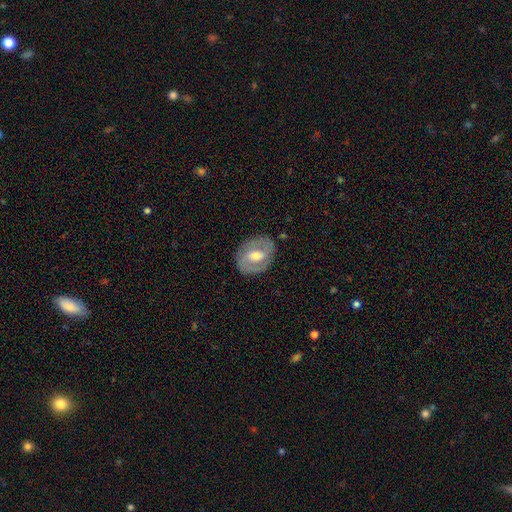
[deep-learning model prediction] Smooth or featured? Predicted: featured or disk (p=0.68). Edge-on disk? Predicted: no (p=0.95). Bar? Predicted: weak (p=0.46). Spiral arms? Predicted: yes (p=0.65). Bulge size? Predicted: moderate (p=0.68). Merging? Predicted: none (p=0.82).